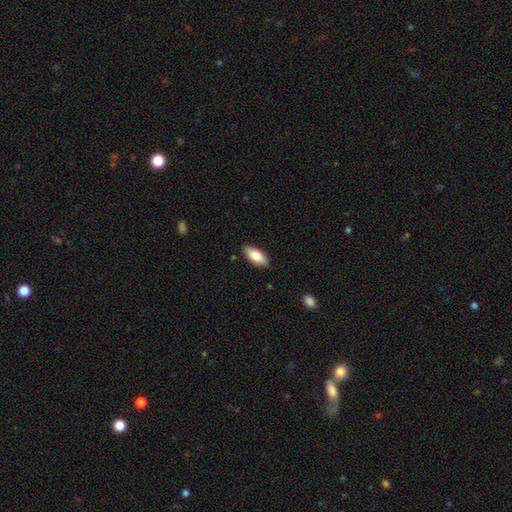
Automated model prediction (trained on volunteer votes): Morphology: type=smooth (80%); roundness=in between (84%); merging=none (87%).